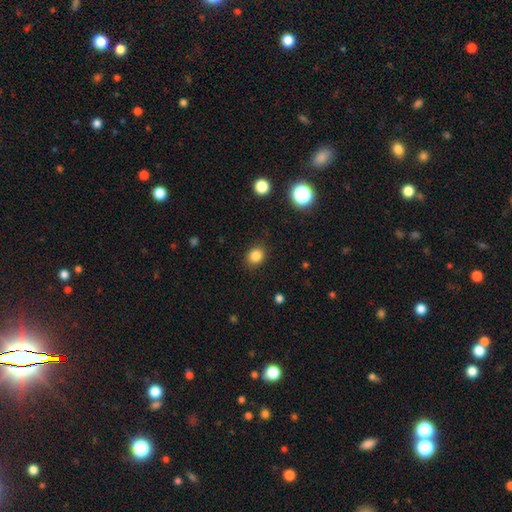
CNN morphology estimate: smooth_or_featured: smooth (p=0.83) [alt: star or artifact p=0.12]
how_rounded: round (p=0.62) [alt: in between p=0.37]
merging: none (p=0.87) [alt: minor disturbance p=0.09]